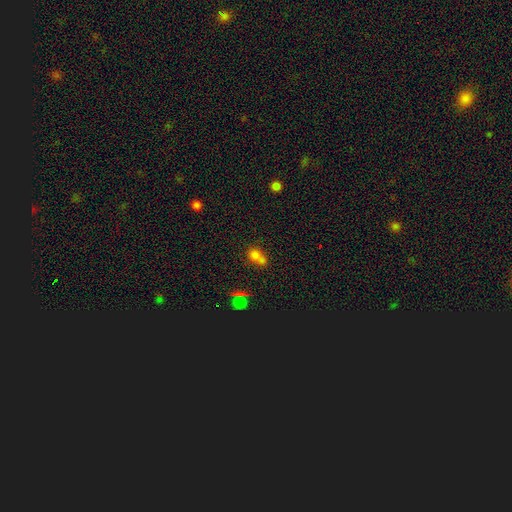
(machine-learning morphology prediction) This is likely a smooth galaxy (70%). How rounded: possibly round (49%). Merging: possibly merger (49%).